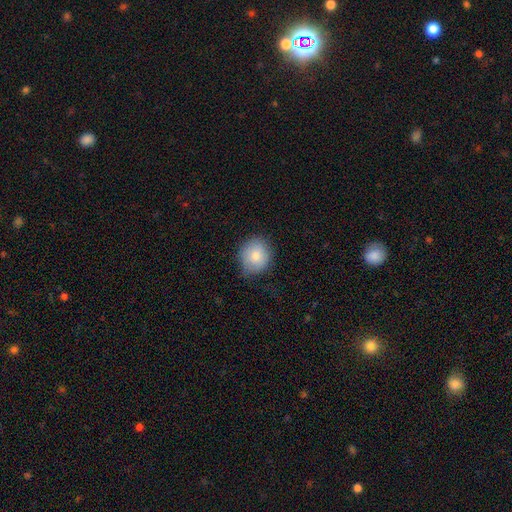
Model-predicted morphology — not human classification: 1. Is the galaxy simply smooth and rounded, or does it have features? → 81% smooth, 11% featured or disk, 8% star or artifact.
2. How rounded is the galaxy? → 76% round, 23% in between, 1% cigar-shaped.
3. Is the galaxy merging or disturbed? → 71% none, 23% minor disturbance, 5% major disturbance, 1% merger.